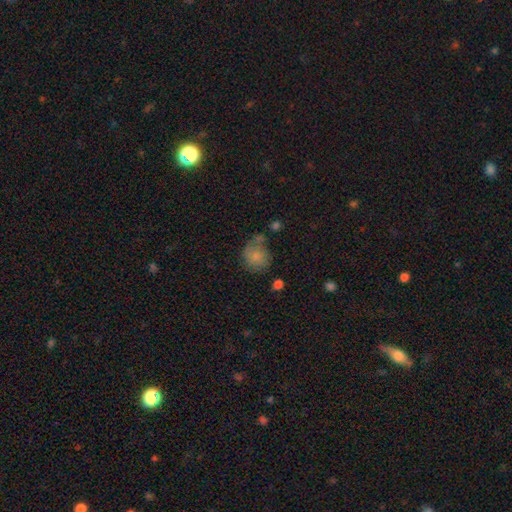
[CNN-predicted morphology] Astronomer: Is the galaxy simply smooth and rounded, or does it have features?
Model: smooth — 77%.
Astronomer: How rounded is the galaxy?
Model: round — 73%.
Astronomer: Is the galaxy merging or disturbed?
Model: none — 50% (runner-up: minor disturbance, 25%).